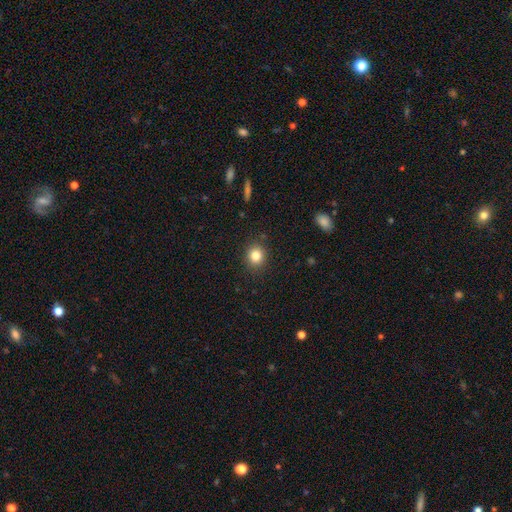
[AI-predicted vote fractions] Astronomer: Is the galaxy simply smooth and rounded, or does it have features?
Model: smooth — 82%.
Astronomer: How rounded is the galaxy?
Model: round — 82%.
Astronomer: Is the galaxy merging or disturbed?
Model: none — 89%.